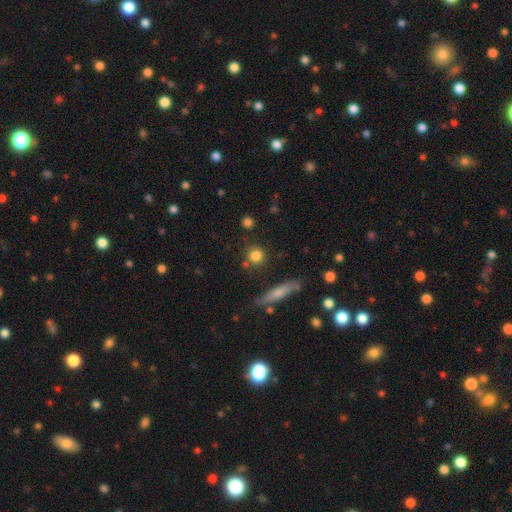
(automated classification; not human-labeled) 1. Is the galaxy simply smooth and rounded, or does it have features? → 80% smooth, 11% star or artifact, 9% featured or disk.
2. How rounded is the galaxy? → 84% round, 10% in between, 5% cigar-shaped.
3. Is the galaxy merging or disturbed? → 79% none, 10% minor disturbance, 8% merger, 4% major disturbance.